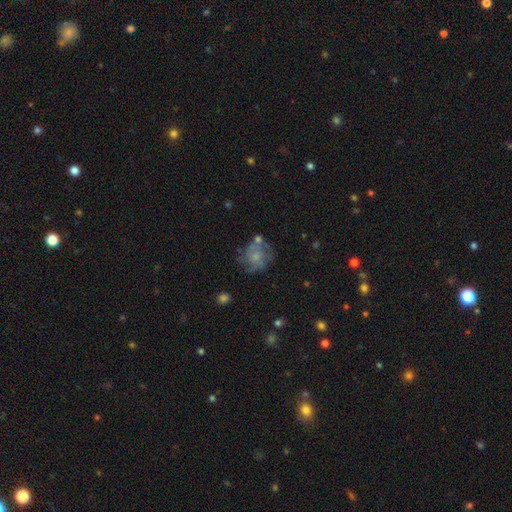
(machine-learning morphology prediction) Smooth or featured? Predicted: featured or disk (p=0.53). Edge-on disk? Predicted: no (p=0.98). Bar? Predicted: no (p=0.81). Spiral arms? Predicted: yes (p=0.65). Bulge size? Predicted: small (p=0.55). Merging? Predicted: none (p=0.50).